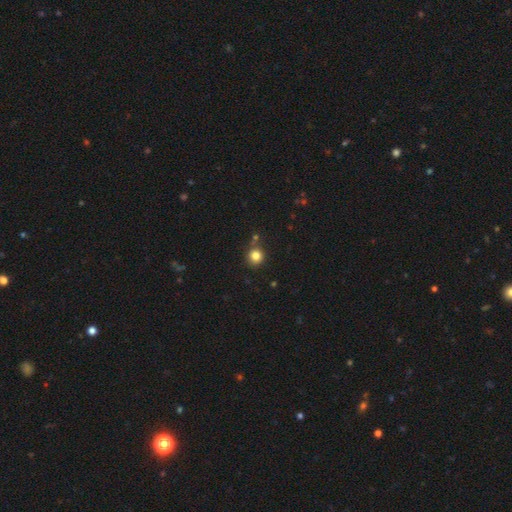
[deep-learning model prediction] smooth_or_featured: smooth (p=0.82) [alt: star or artifact p=0.12]
how_rounded: round (p=0.91) [alt: in between p=0.08]
merging: none (p=0.78) [alt: minor disturbance p=0.10]